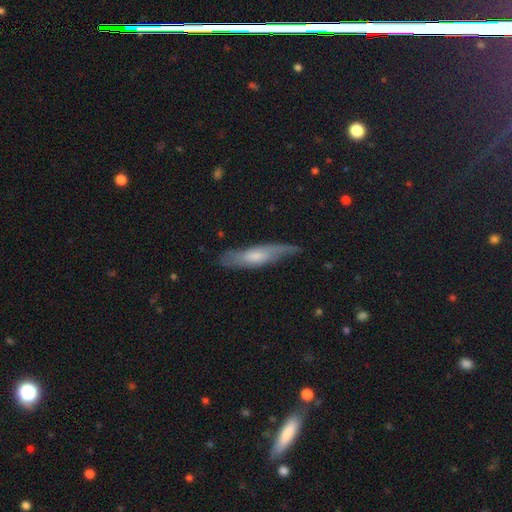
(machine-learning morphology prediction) smooth-or-featured: featured or disk: 48% | smooth: 46% | star or artifact: 7%
  merging: none: 66% | minor disturbance: 25% | major disturbance: 7% | merger: 2%